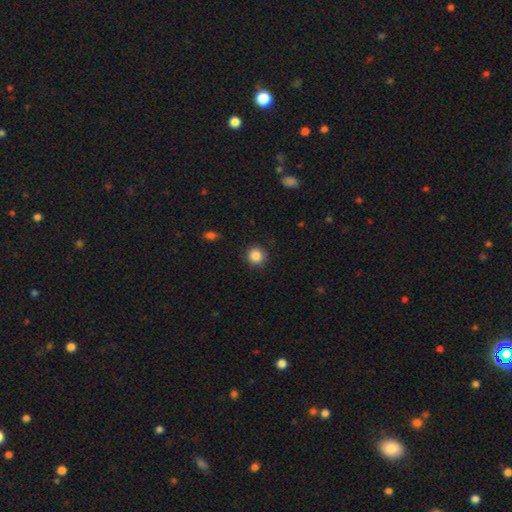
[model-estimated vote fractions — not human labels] A smooth galaxy with no disk features (87%) that is round (92%). Merging: none (90%).